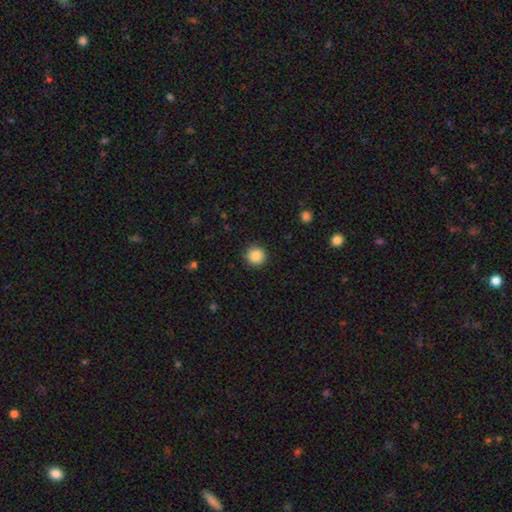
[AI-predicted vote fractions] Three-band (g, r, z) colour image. It shows a smooth galaxy with no disk features (87%) that is round (94%). Merging: none (91%).